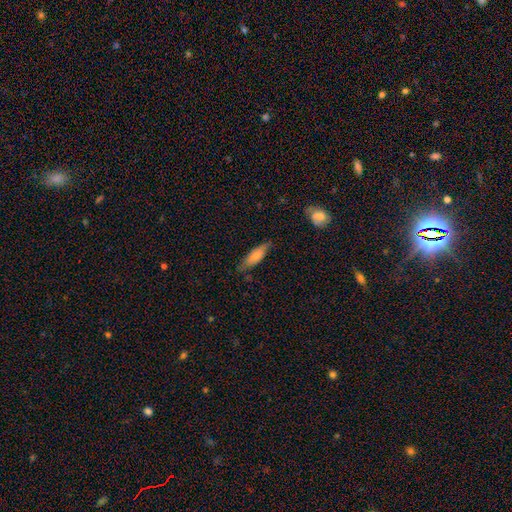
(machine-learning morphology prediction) Smooth or featured? Predicted: smooth (p=0.73). How rounded? Predicted: cigar-shaped (p=0.53). Merging? Predicted: none (p=0.71).